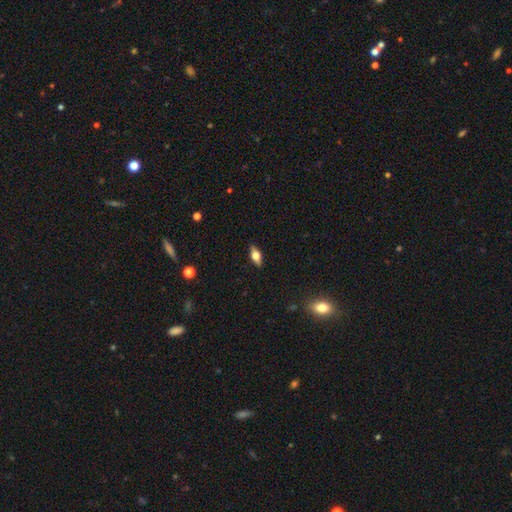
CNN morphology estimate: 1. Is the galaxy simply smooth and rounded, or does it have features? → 55% smooth, 37% featured or disk, 8% star or artifact.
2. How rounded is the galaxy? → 76% in between, 20% cigar-shaped, 4% round.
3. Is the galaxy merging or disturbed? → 88% none, 9% minor disturbance, 2% major disturbance, 1% merger.